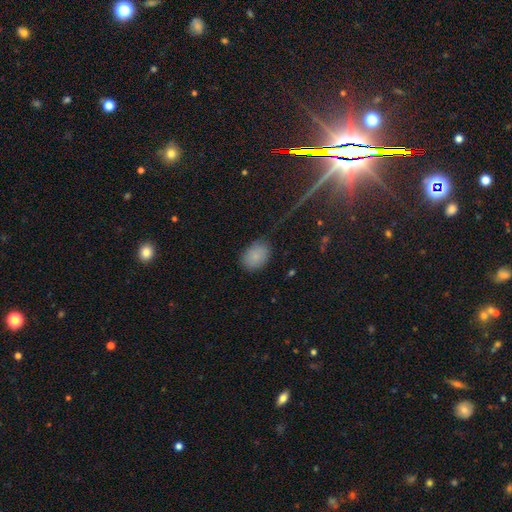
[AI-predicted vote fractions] The model was most divided on "how rounded": in between: 71%, round: 28%, cigar-shaped: 1%. More confident: smooth or featured — smooth (84%); merging — none (78%).